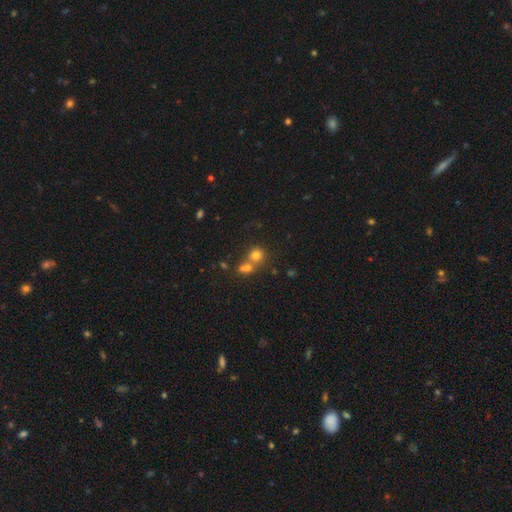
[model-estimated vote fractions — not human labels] This appears to be a smooth galaxy with no disk features (73%) that is round (83%). Merging: merger (49%).